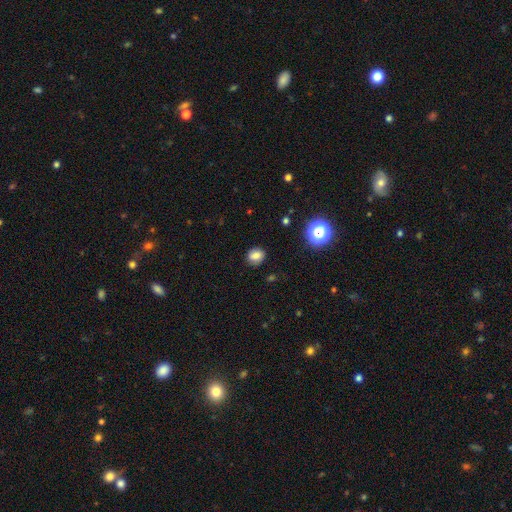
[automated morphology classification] Q: Smooth or featured?
A: smooth (76%); runner-up: star or artifact (14%)
Q: How rounded?
A: round (61%); runner-up: in between (38%)
Q: Merging?
A: none (84%); runner-up: minor disturbance (12%)